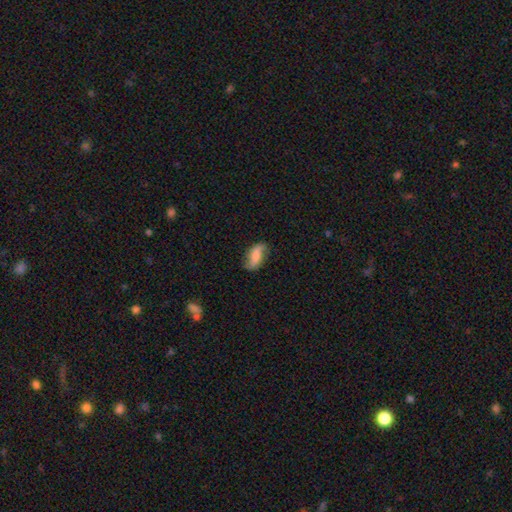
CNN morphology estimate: Smooth or featured: smooth — 49% (featured or disk — 43%)
Merging: none — 71% (minor disturbance — 21%)